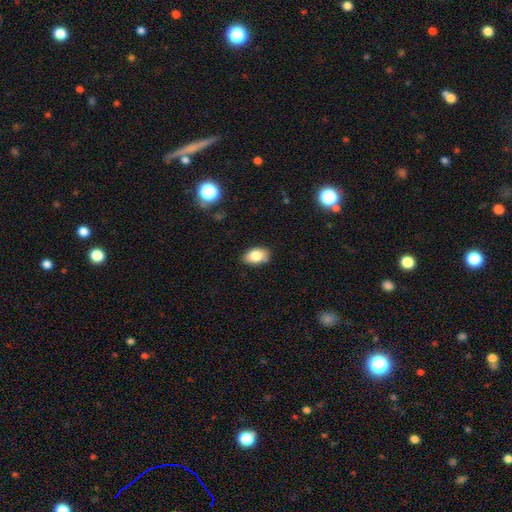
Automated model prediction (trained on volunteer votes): This appears to be a smooth galaxy with no disk features (83%) that is in between round and cigar-shaped (88%). Merging: none (80%).